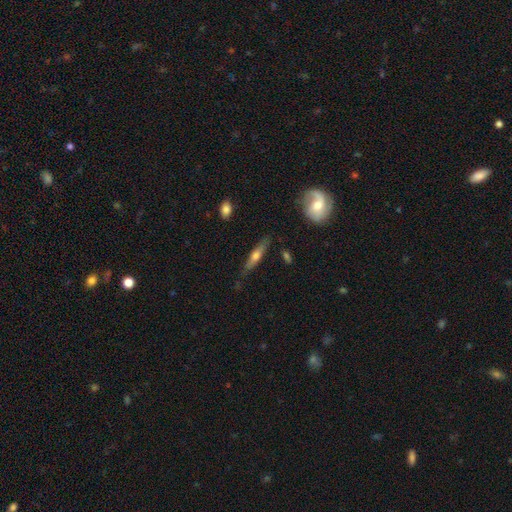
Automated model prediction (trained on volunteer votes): A featured or disk galaxy (48%).

Vote fractions:
- Smooth or featured? featured or disk: 48% / smooth: 46% / star or artifact: 6%
- Merging? none: 76% / minor disturbance: 18% / major disturbance: 4% / merger: 2%